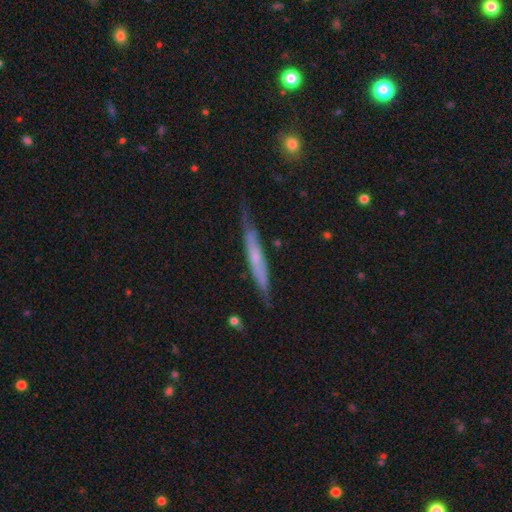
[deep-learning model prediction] featured or disk 57%, smooth 35%, star or artifact 8%. Down the decision tree: edge-on disk — yes (90%); edge-on bulge — none (66%); merging — none (79%).